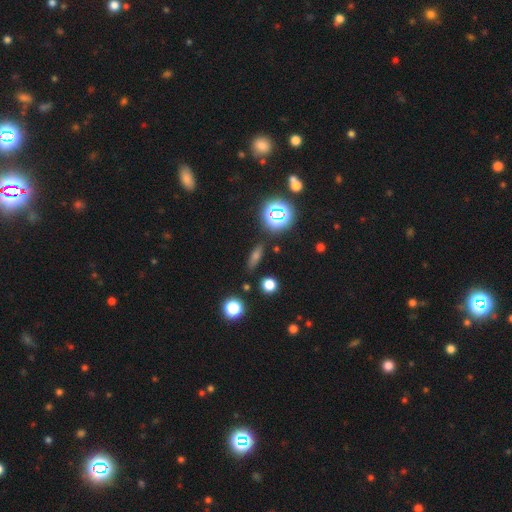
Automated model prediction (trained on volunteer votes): Smooth or featured? smooth (55%)
How rounded? cigar-shaped (47%)
Merging? none (85%)